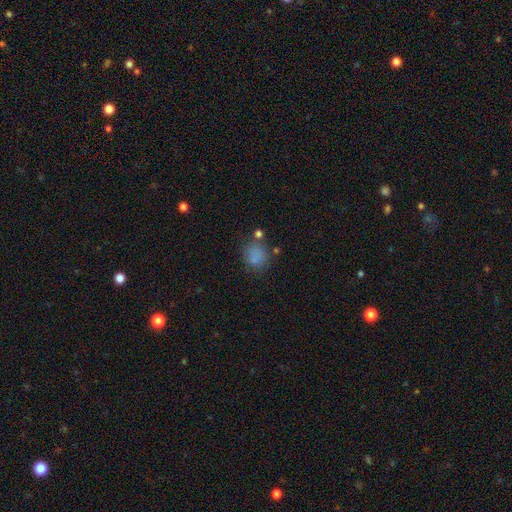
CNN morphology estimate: Smooth or featured?
  - smooth: 77% *
  - star or artifact: 14%
  - featured or disk: 8%
How rounded?
  - round: 76% *
  - in between: 23%
  - cigar-shaped: 1%
Merging?
  - none: 67% *
  - minor disturbance: 16%
  - merger: 10%
  - major disturbance: 7%